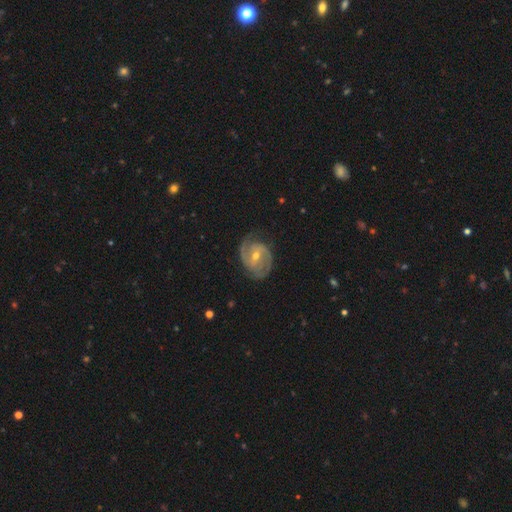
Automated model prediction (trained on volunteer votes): A featured or disk galaxy (88%) with a weak bar (46%), 2 (76%) tight (45%) spiral arms (96%) and a moderate central bulge (51%). Merging: none (77%).